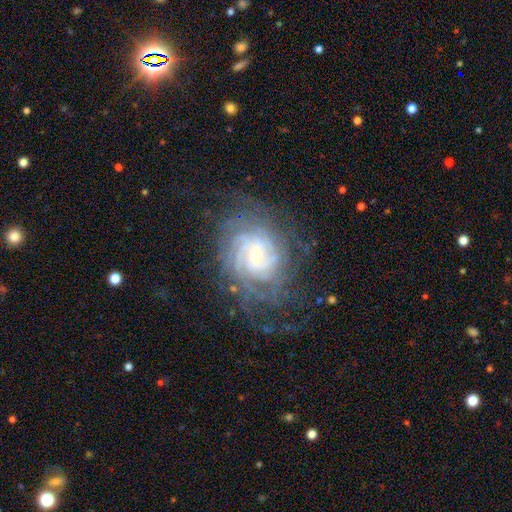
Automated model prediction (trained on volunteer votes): smooth-or-featured: featured or disk: 88% | star or artifact: 7% | smooth: 6%
  disk-edge-on: no: 97% | yes: 3%
    bar: no: 49% | weak: 38% | strong: 12%
    has-spiral-arms: yes: 97% | no: 3%
      spiral-winding: tight: 76% | medium: 20% | loose: 4%
      spiral-arm-count: can't tell: 29% | more than 4: 22% | 4: 21% | 3: 11% | 2: 10% | 1: 7%
    bulge-size: small: 71% | moderate: 25% | large: 2% | none: 1% | dominant: 1%
  merging: none: 71% | minor disturbance: 17% | major disturbance: 11% | merger: 1%